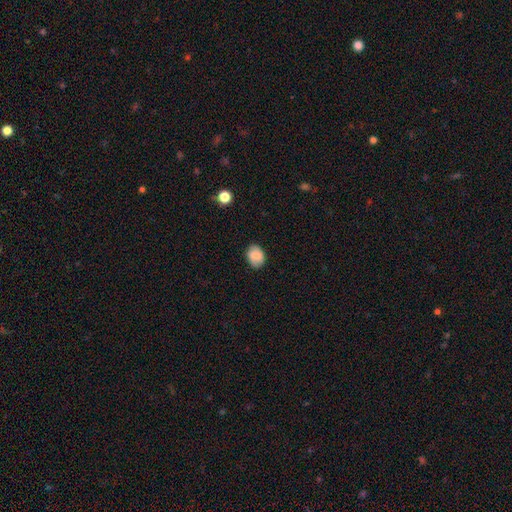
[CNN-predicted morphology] Smooth or featured?
  - smooth: 75% *
  - featured or disk: 16%
  - star or artifact: 9%
How rounded?
  - in between: 67% *
  - round: 32%
  - cigar-shaped: 1%
Merging?
  - none: 83% *
  - minor disturbance: 13%
  - major disturbance: 3%
  - merger: 1%